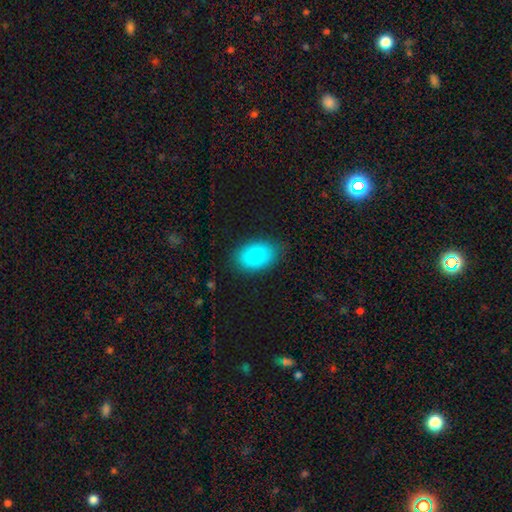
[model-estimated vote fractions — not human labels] The model was most divided on "merging": none: 83%, minor disturbance: 13%, major disturbance: 4%, merger: 1%. More confident: how rounded — in between (89%); smooth or featured — smooth (87%).